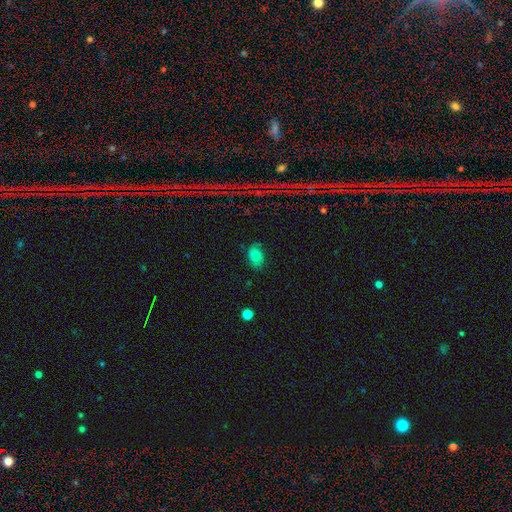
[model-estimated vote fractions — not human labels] smooth 81%, star or artifact 10%, featured or disk 9%. Down the decision tree: how rounded — in between (83%); merging — none (75%).